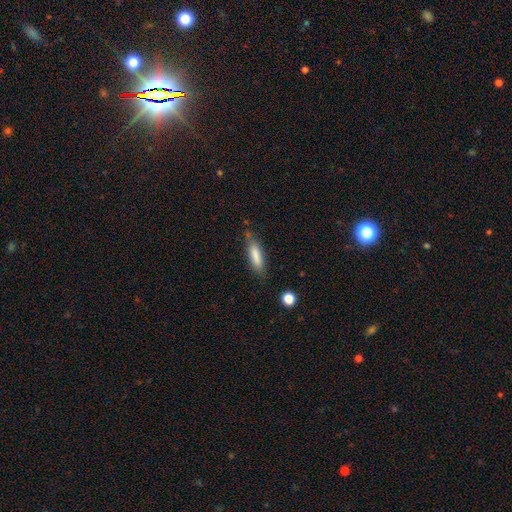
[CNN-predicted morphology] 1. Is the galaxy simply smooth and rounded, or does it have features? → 79% smooth, 14% featured or disk, 7% star or artifact.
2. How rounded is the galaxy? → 63% cigar-shaped, 36% in between, 2% round.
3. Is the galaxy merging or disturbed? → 72% none, 20% minor disturbance, 5% major disturbance, 3% merger.